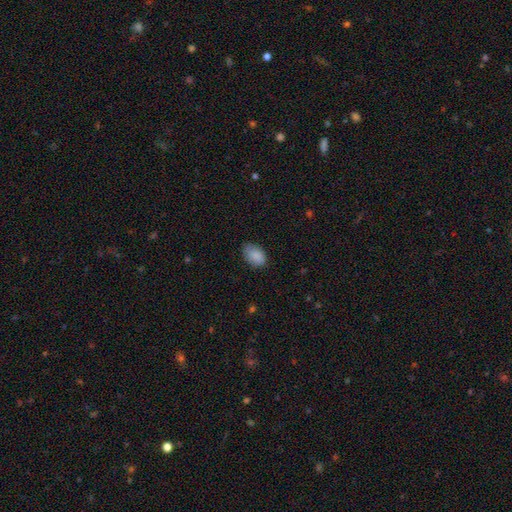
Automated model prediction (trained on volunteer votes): A smooth galaxy with no disk features (88%) that is in between round and cigar-shaped (88%).

Vote fractions:
- Smooth or featured? smooth: 88% / star or artifact: 7% / featured or disk: 5%
- How rounded? in between: 88% / round: 11% / cigar-shaped: 1%
- Merging? none: 77% / minor disturbance: 19% / major disturbance: 4% / merger: 1%